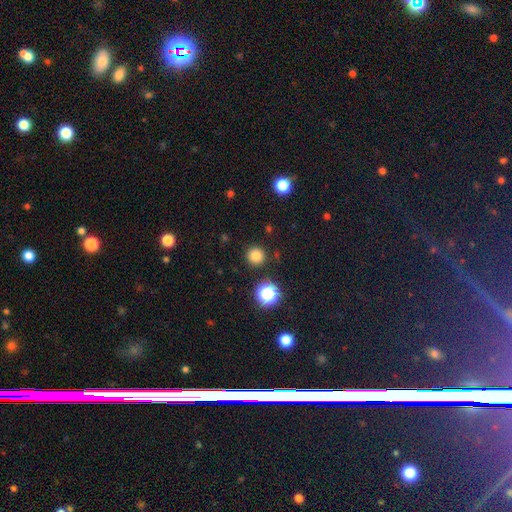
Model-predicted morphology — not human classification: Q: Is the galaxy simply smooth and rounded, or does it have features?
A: smooth — 79%.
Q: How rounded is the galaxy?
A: round — 96%.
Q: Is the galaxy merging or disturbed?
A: none — 90%.